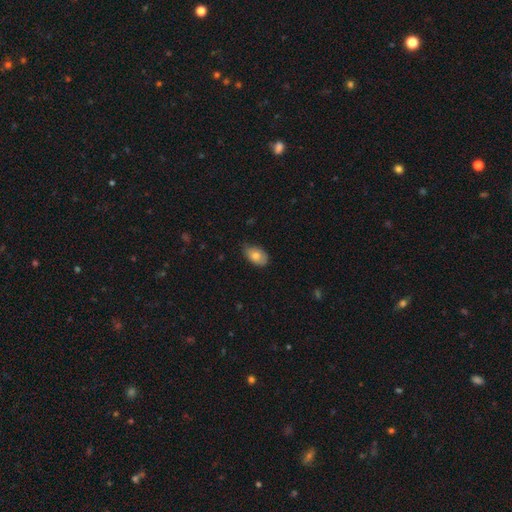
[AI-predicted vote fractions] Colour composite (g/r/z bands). It shows a smooth galaxy with no disk features (77%) that is in between round and cigar-shaped (91%). Merging: none (70%).